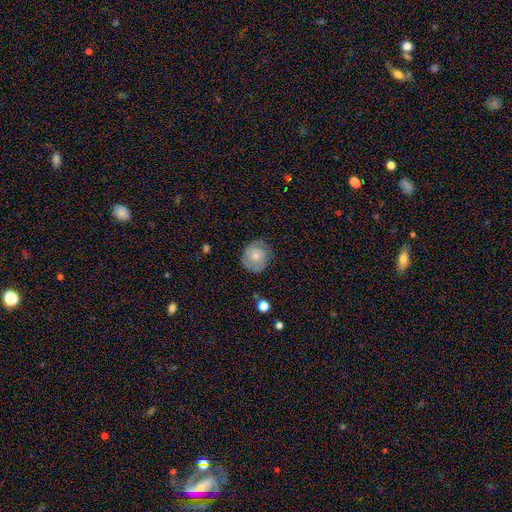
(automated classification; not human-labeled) A smooth galaxy with no disk features (58%) that is round (84%). Merging: none (70%).